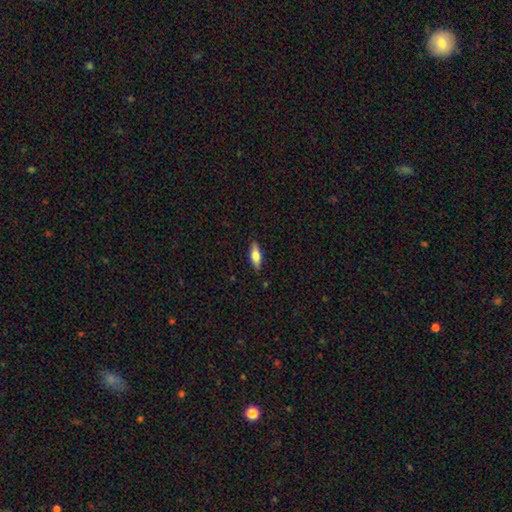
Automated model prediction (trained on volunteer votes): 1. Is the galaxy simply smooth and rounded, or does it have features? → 63% smooth, 30% featured or disk, 6% star or artifact.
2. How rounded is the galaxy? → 59% in between, 39% cigar-shaped, 3% round.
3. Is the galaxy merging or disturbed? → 87% none, 10% minor disturbance, 2% major disturbance, 1% merger.